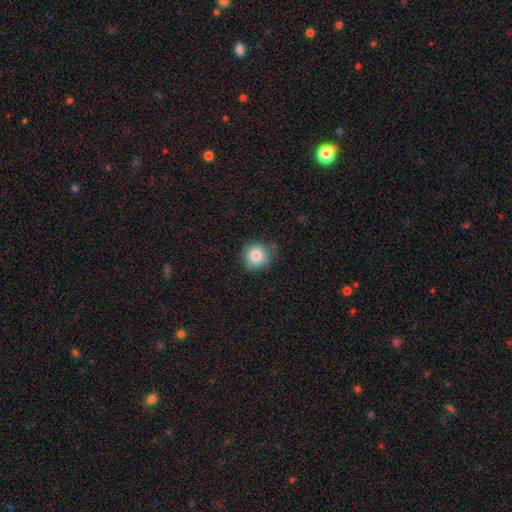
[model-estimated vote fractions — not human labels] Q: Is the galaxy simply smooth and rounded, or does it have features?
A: smooth — 85%.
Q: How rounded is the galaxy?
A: round — 93%.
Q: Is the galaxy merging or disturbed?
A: none — 83%.